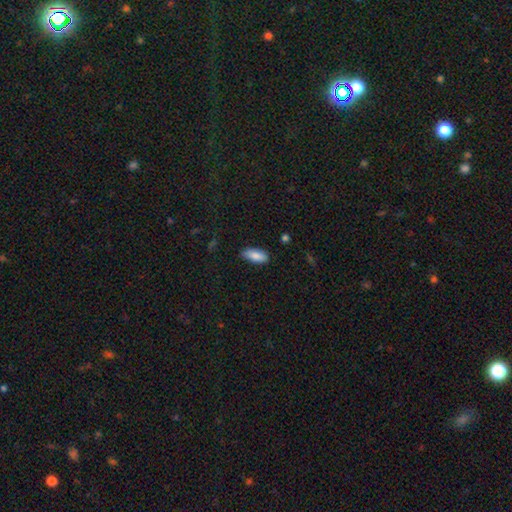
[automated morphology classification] Q: Smooth or featured?
A: smooth (86%); runner-up: featured or disk (8%)
Q: How rounded?
A: in between (82%); runner-up: cigar-shaped (16%)
Q: Merging?
A: none (80%); runner-up: minor disturbance (16%)